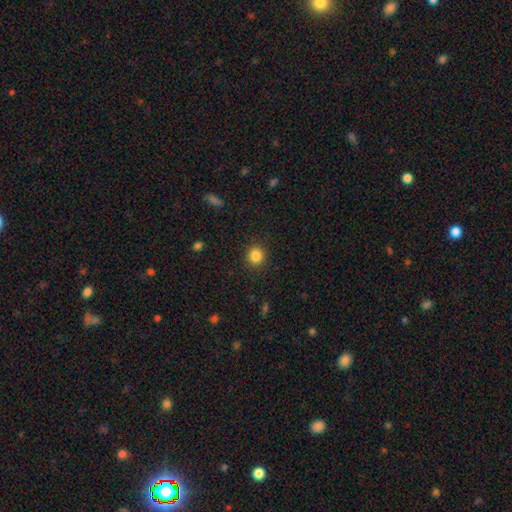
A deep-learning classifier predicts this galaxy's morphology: This appears to be a smooth galaxy with no disk features (85%) that is round (90%). Merging: none (91%).